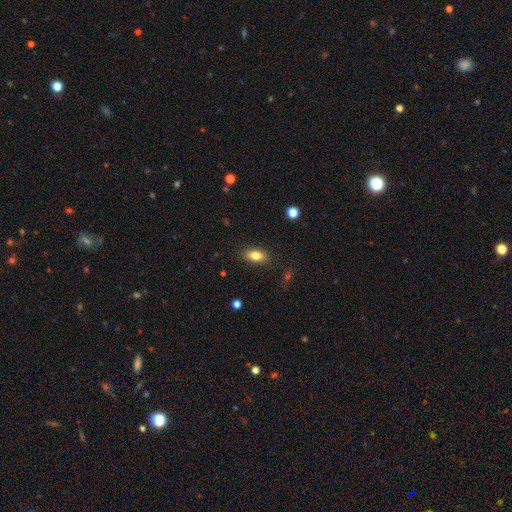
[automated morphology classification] A smooth galaxy with no disk features (81%) that is in between round and cigar-shaped (86%). Merging: none (86%).